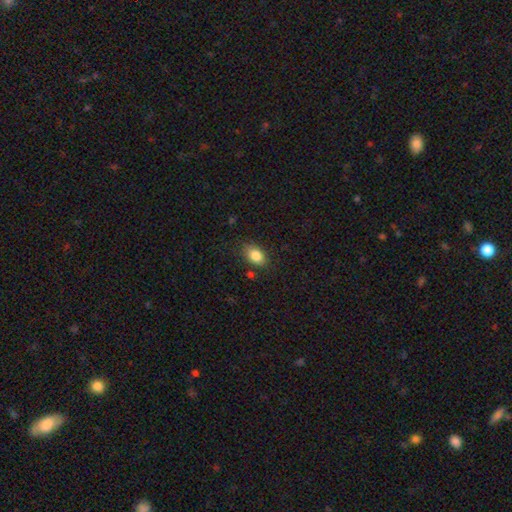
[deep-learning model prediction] Morphology: type=smooth (85%); roundness=in between (86%); merging=none (81%).